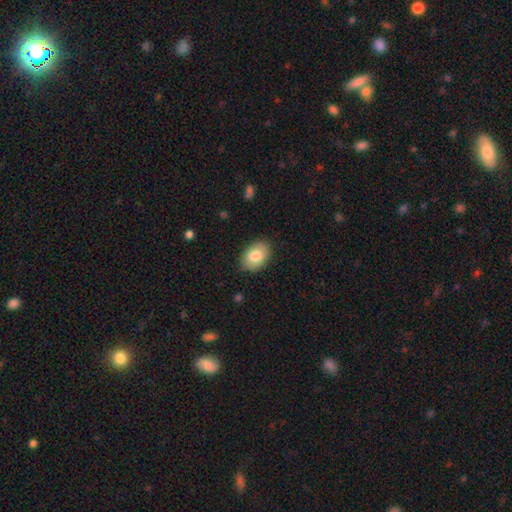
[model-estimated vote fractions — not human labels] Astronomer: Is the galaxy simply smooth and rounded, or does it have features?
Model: smooth — 80%.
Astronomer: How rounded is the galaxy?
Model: in between — 82%.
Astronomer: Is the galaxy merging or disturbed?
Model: none — 85%.